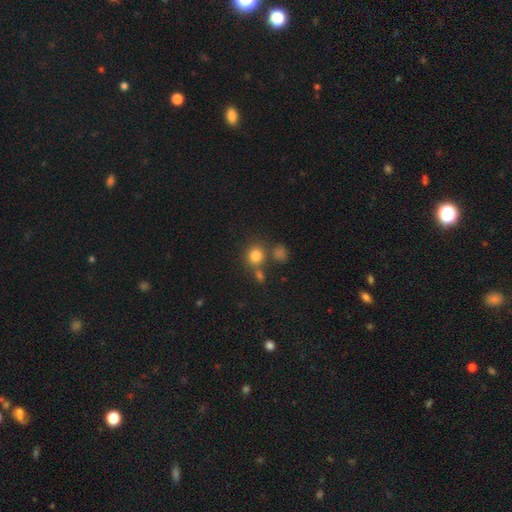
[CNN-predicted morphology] Smooth or featured: smooth — 80% (star or artifact — 13%)
How rounded: round — 85% (in between — 14%)
Merging: none — 66% (merger — 20%)